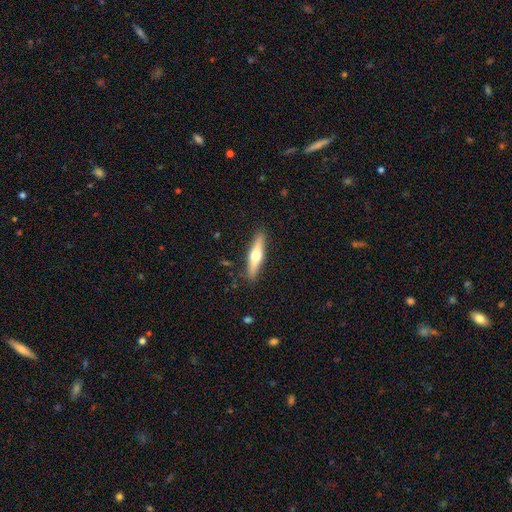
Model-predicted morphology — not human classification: Smooth or featured? Predicted: featured or disk (p=0.48). Merging? Predicted: none (p=0.89).